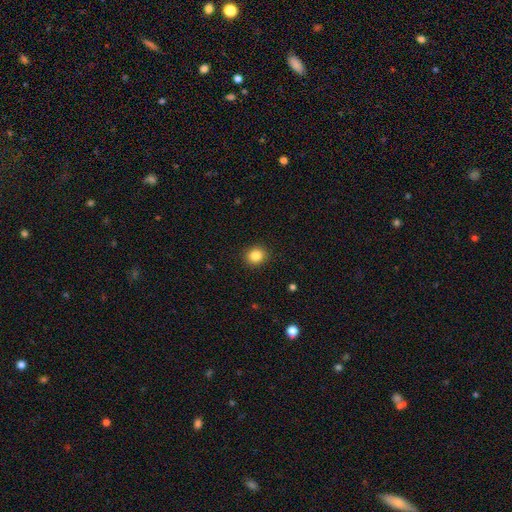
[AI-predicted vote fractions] A smooth galaxy with no disk features (85%) that is round (82%).

Vote fractions:
- Smooth or featured? smooth: 85% / star or artifact: 10% / featured or disk: 5%
- How rounded? round: 82% / in between: 17% / cigar-shaped: 1%
- Merging? none: 91% / minor disturbance: 6% / major disturbance: 2% / merger: 1%